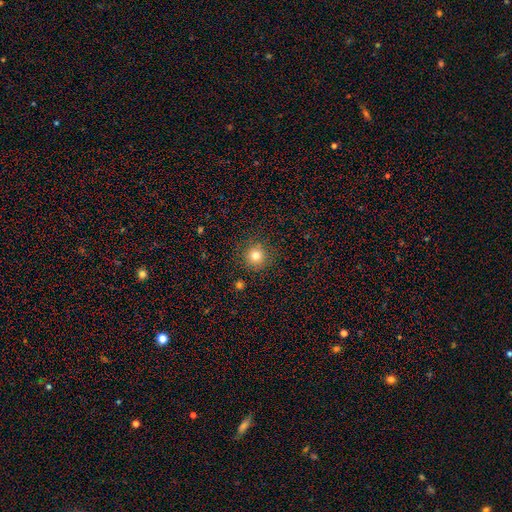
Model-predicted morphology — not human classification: Q: Smooth or featured?
A: smooth (79%); runner-up: star or artifact (14%)
Q: How rounded?
A: round (94%); runner-up: in between (5%)
Q: Merging?
A: none (86%); runner-up: minor disturbance (8%)